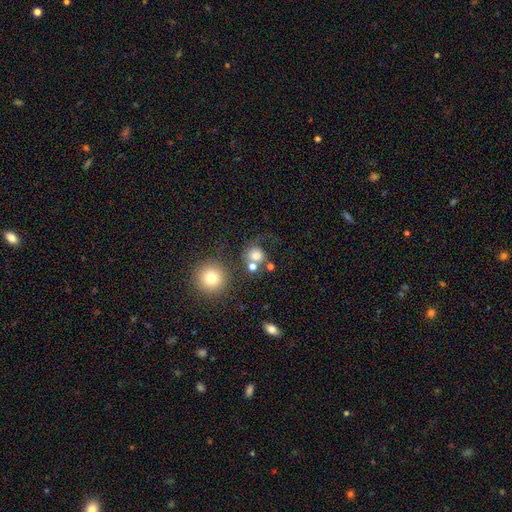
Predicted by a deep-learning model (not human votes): A smooth galaxy with no disk features (73%) that is round (83%).

Vote fractions:
- Smooth or featured? smooth: 73% / featured or disk: 14% / star or artifact: 13%
- How rounded? round: 83% / in between: 16% / cigar-shaped: 1%
- Merging? none: 46% / merger: 26% / major disturbance: 15% / minor disturbance: 13%